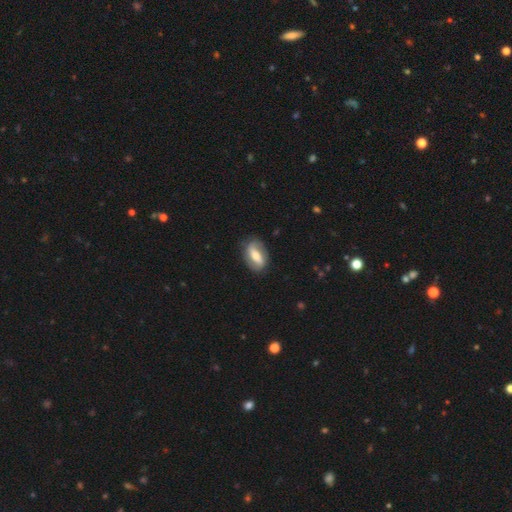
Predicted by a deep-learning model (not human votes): Overall: featured or disk (60%; smooth 34%). Edge-on disk: no (90%). Bar: strong (53%; weak 31%). Spiral arms: yes (72%). Bulge size: moderate (59%; small 25%). Merging: none (81%).